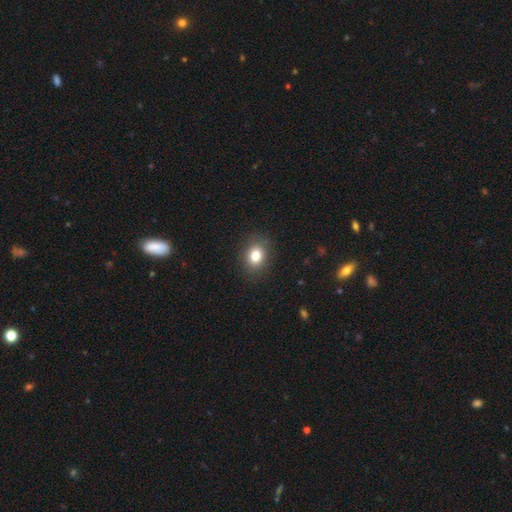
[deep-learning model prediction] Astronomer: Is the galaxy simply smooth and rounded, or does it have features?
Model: smooth — 83%.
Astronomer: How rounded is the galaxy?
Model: in between — 59% (runner-up: round, 40%).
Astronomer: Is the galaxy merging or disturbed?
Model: none — 86%.